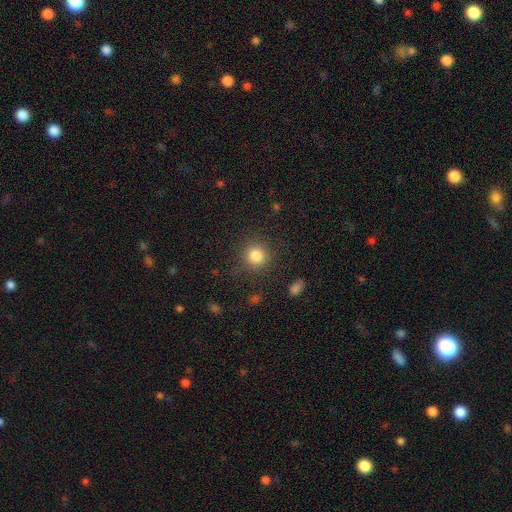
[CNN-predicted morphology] Q: Smooth or featured?
A: smooth (83%); runner-up: star or artifact (11%)
Q: How rounded?
A: round (92%); runner-up: in between (7%)
Q: Merging?
A: none (87%); runner-up: minor disturbance (8%)